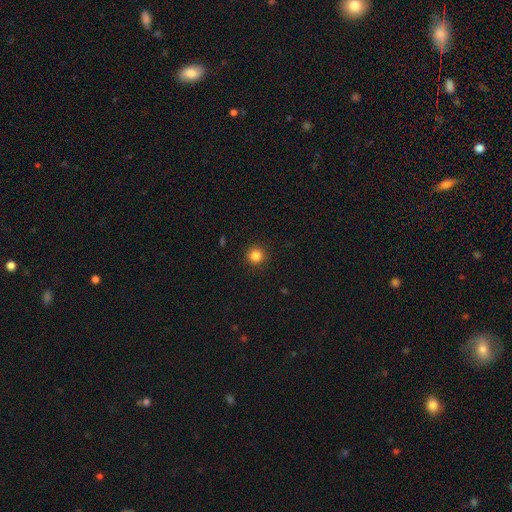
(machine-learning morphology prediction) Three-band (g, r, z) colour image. It shows a smooth galaxy with no disk features (84%) that is round (95%). Merging: none (92%).